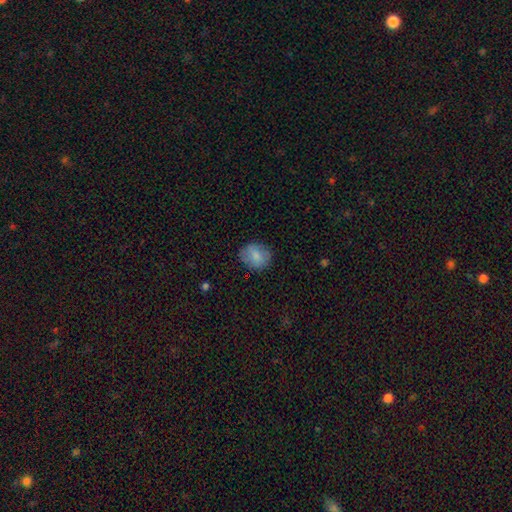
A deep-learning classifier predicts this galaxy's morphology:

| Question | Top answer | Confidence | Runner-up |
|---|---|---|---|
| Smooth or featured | smooth | 80% | featured or disk (12%) |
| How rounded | round | 67% | in between (32%) |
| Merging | none | 79% | minor disturbance (15%) |